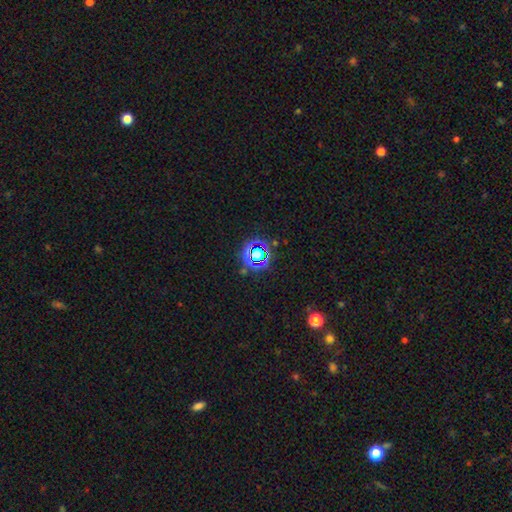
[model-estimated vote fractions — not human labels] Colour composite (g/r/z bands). It shows a star or artifact, not a galaxy (63%).